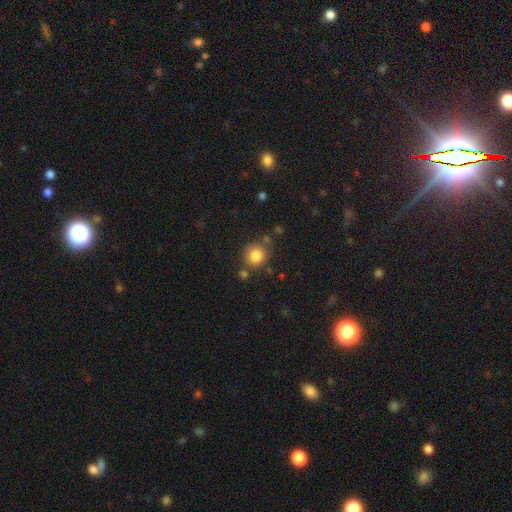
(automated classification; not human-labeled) Q: Smooth or featured?
A: smooth (84%); runner-up: star or artifact (10%)
Q: How rounded?
A: round (88%); runner-up: in between (11%)
Q: Merging?
A: none (74%); runner-up: minor disturbance (13%)